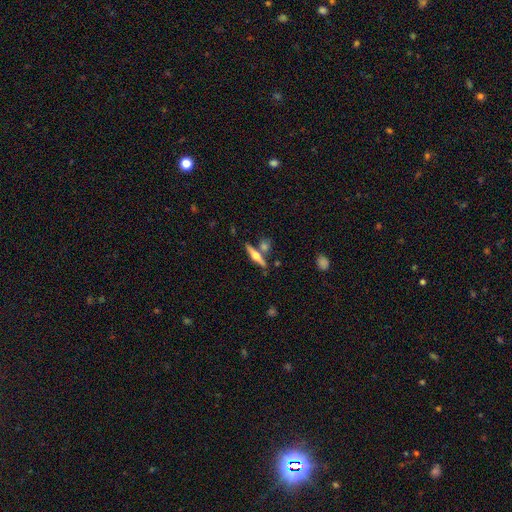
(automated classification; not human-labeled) Morphology: type=featured or disk (68%); edge-on=yes (97%); edge-on bulge=rounded (93%); merging=none (73%).